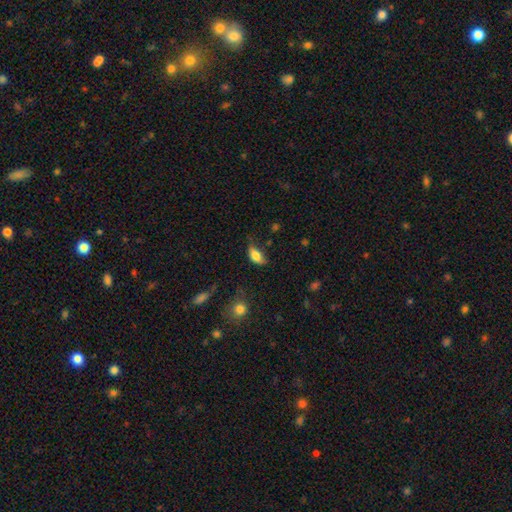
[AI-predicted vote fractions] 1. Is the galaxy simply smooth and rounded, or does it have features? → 78% smooth, 14% featured or disk, 8% star or artifact.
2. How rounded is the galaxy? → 87% in between, 7% cigar-shaped, 5% round.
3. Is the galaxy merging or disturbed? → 48% none, 37% minor disturbance, 12% major disturbance, 3% merger.